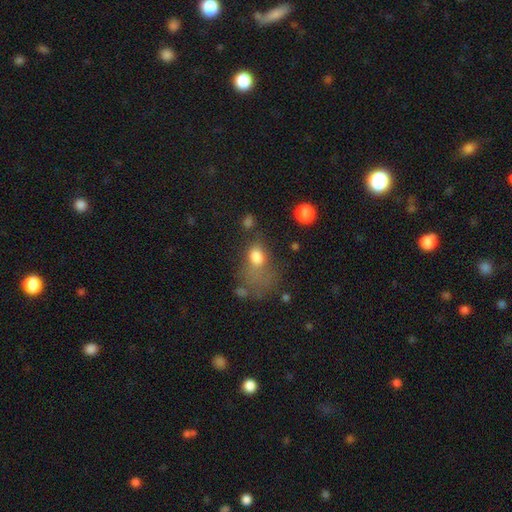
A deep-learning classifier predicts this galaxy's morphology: smooth 69%, featured or disk 16%, star or artifact 15%. Down the decision tree: how rounded — in between (72%); merging — major disturbance (44%).